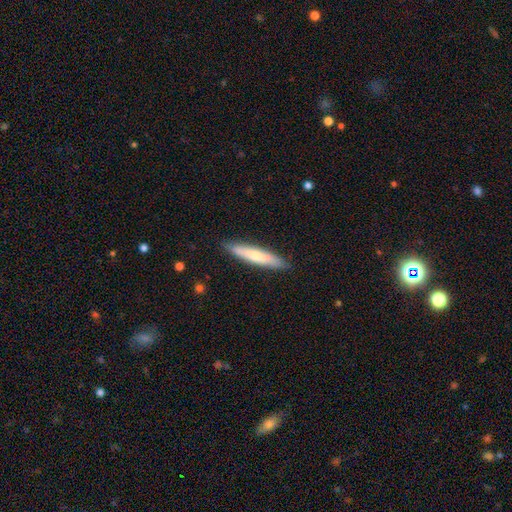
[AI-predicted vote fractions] Smooth or featured?
  - smooth: 60% *
  - featured or disk: 34%
  - star or artifact: 5%
How rounded?
  - cigar-shaped: 89% *
  - in between: 10%
  - round: 1%
Merging?
  - none: 88% *
  - minor disturbance: 9%
  - major disturbance: 2%
  - merger: 1%